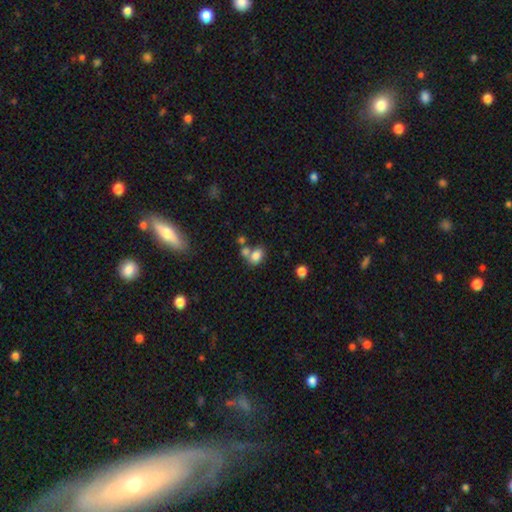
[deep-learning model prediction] smooth-or-featured: smooth: 80% | star or artifact: 10% | featured or disk: 9%
  how-rounded: in between: 75% | round: 24% | cigar-shaped: 1%
  merging: none: 46% | merger: 37% | minor disturbance: 12% | major disturbance: 5%